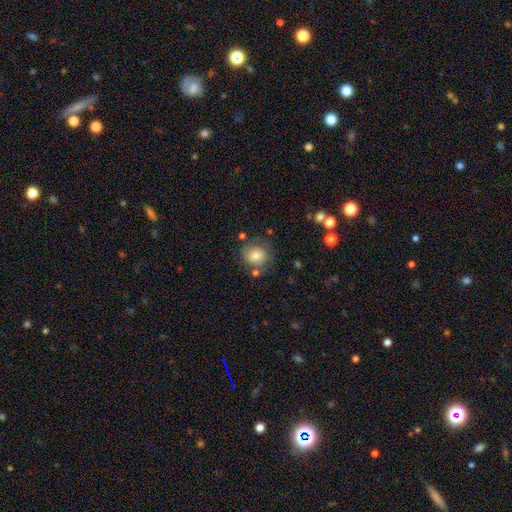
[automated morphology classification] Smooth or featured? smooth (74%)
How rounded? round (82%)
Merging? none (68%)